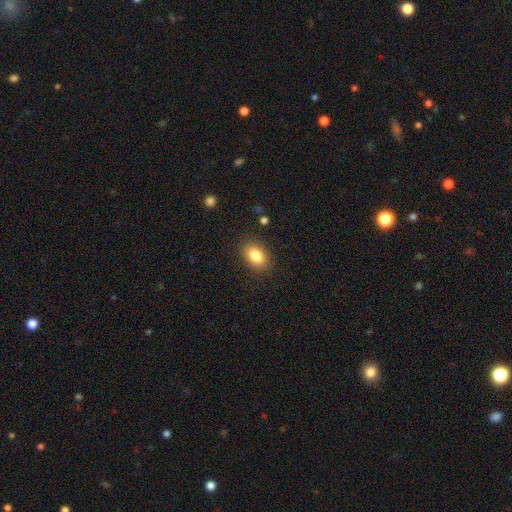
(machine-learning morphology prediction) type=smooth (84%); roundness=in between (81%); merging=none (86%).